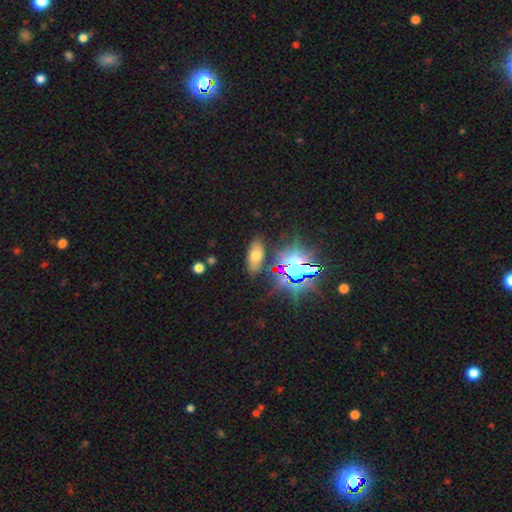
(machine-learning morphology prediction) Smooth or featured: smooth — 54% (star or artifact — 29%)
How rounded: in between — 84% (cigar-shaped — 9%)
Merging: none — 82% (minor disturbance — 10%)